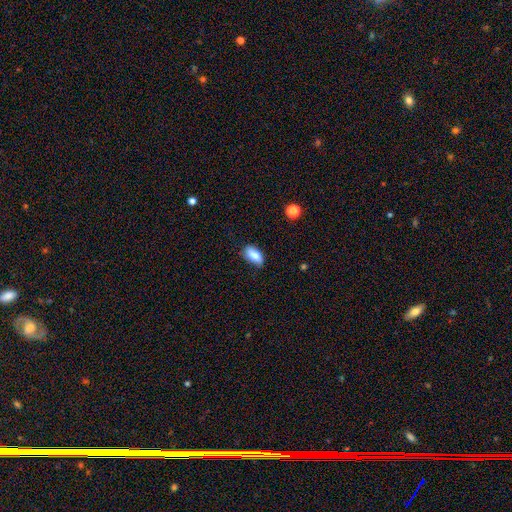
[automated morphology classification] A smooth galaxy with no disk features (79%) that is in between round and cigar-shaped (90%).

Vote fractions:
- Smooth or featured? smooth: 79% / featured or disk: 13% / star or artifact: 8%
- How rounded? in between: 90% / cigar-shaped: 6% / round: 4%
- Merging? none: 72% / minor disturbance: 22% / major disturbance: 4% / merger: 2%